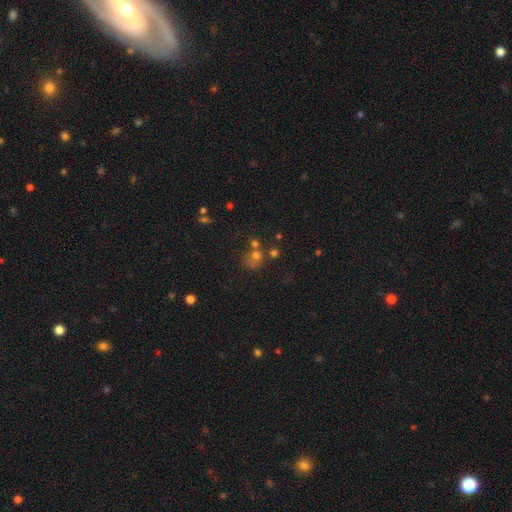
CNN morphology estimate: A smooth galaxy with no disk features (61%) that is round (79%).

Vote fractions:
- Smooth or featured? smooth: 61% / star or artifact: 24% / featured or disk: 15%
- How rounded? round: 79% / in between: 20% / cigar-shaped: 1%
- Merging? none: 44% / merger: 37% / minor disturbance: 11% / major disturbance: 8%